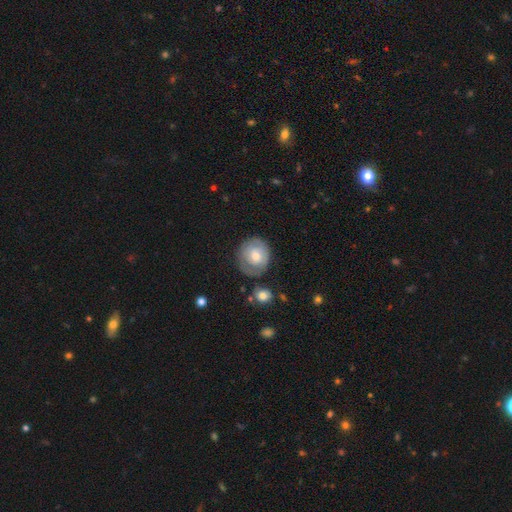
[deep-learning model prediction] Smooth or featured?
  - smooth: 58% *
  - featured or disk: 35%
  - star or artifact: 7%
How rounded?
  - round: 81% *
  - in between: 18%
  - cigar-shaped: 1%
Merging?
  - none: 69% *
  - minor disturbance: 20%
  - major disturbance: 7%
  - merger: 4%